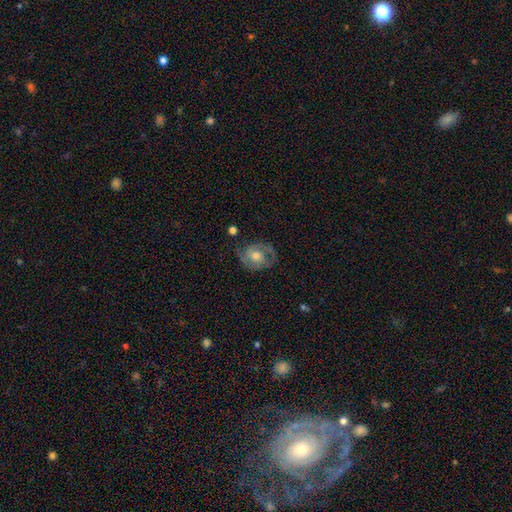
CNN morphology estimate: The model was most divided on "spiral winding": tight: 48%, medium: 41%, loose: 12%. More confident: edge-on disk — no (97%); spiral arms — yes (86%); smooth or featured — featured or disk (75%); merging — none (72%); spiral arm count — 2 (71%); bar — no (70%); bulge size — moderate (67%).